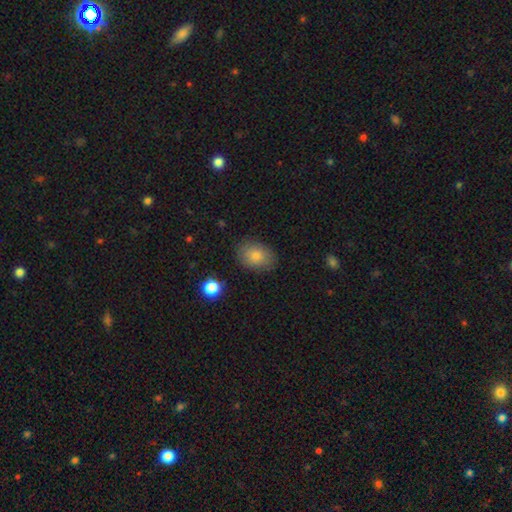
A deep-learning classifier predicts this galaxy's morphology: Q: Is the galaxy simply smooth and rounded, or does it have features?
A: smooth — 82%.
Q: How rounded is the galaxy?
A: in between — 76%.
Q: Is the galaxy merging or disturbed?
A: none — 85%.